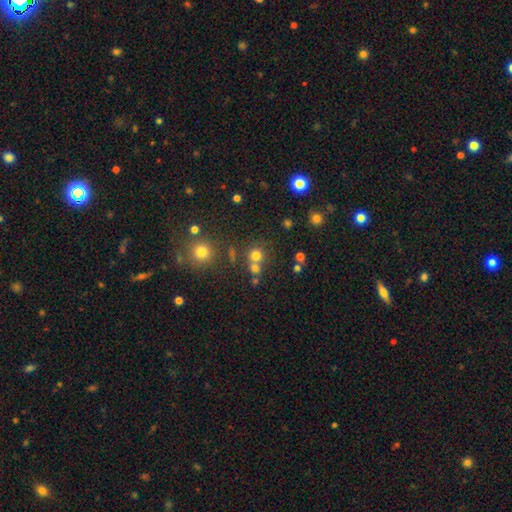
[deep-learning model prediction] Smooth or featured? Predicted: smooth (p=0.72). How rounded? Predicted: round (p=0.90). Merging? Predicted: none (p=0.59).